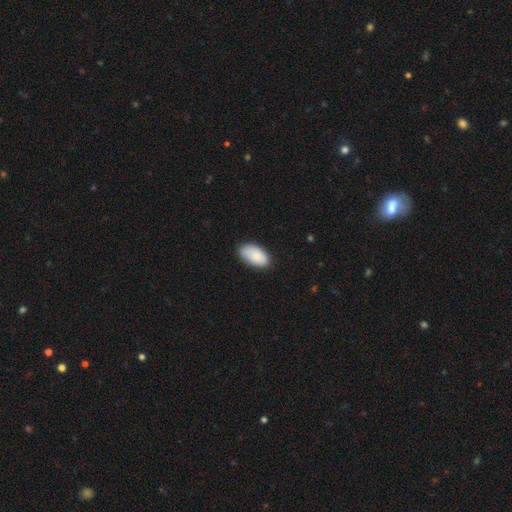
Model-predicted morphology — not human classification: This appears to be a smooth galaxy with no disk features (82%) that is in between round and cigar-shaped (95%). Merging: none (73%).